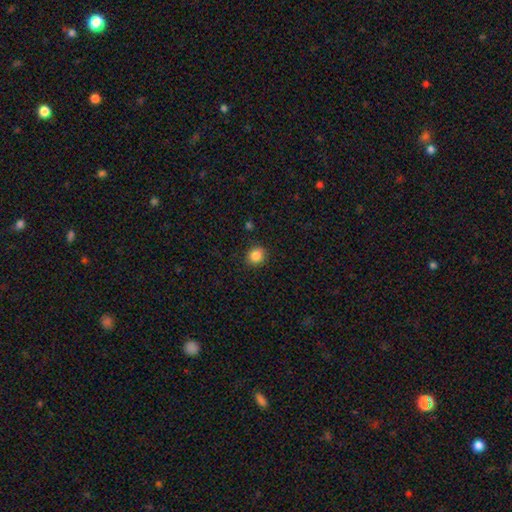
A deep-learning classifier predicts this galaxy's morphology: smooth_or_featured: smooth (p=0.85) [alt: star or artifact p=0.10]
how_rounded: round (p=0.83) [alt: in between p=0.16]
merging: none (p=0.90) [alt: minor disturbance p=0.07]